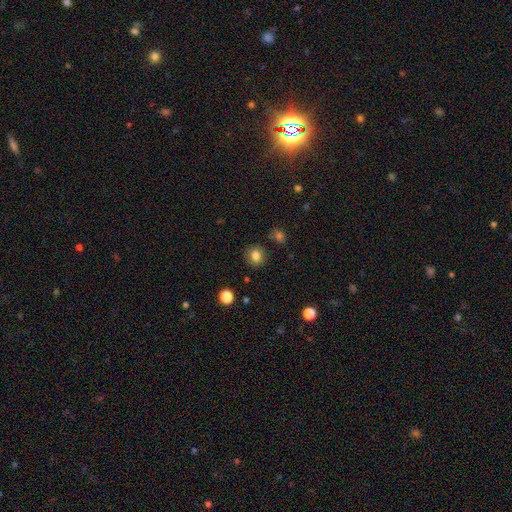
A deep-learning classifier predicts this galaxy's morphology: smooth 82%, star or artifact 11%, featured or disk 7%. Down the decision tree: how rounded — round (82%); merging — none (85%).